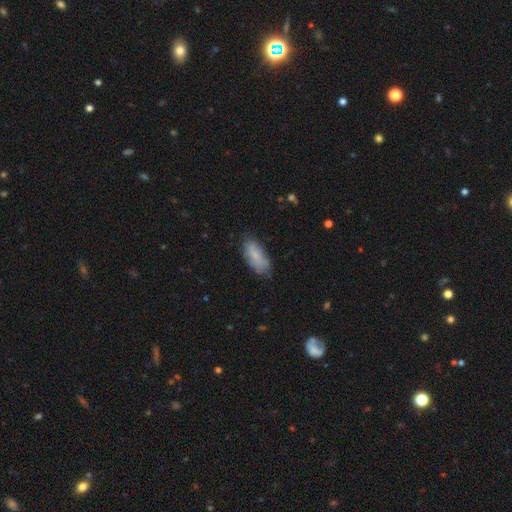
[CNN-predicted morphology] Smooth or featured? Predicted: smooth (p=0.78). How rounded? Predicted: in between (p=0.84). Merging? Predicted: none (p=0.71).